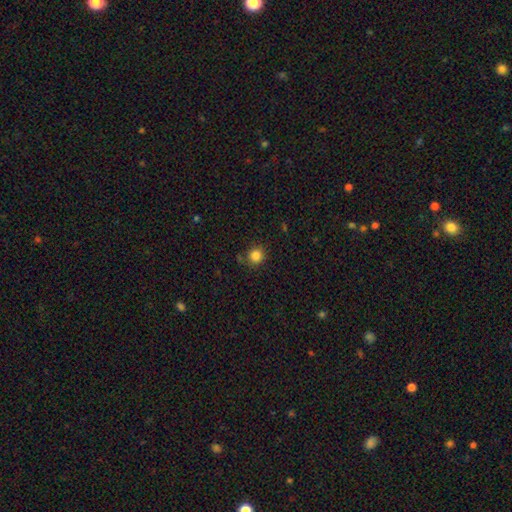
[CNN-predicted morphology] Q: Smooth or featured?
A: smooth (84%); runner-up: star or artifact (12%)
Q: How rounded?
A: round (91%); runner-up: in between (8%)
Q: Merging?
A: none (84%); runner-up: minor disturbance (9%)